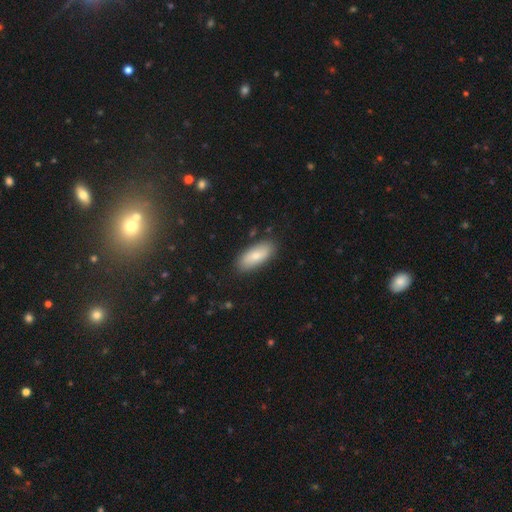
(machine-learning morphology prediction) A smooth galaxy with no disk features (77%) that is in between round and cigar-shaped (86%). Merging: none (85%).